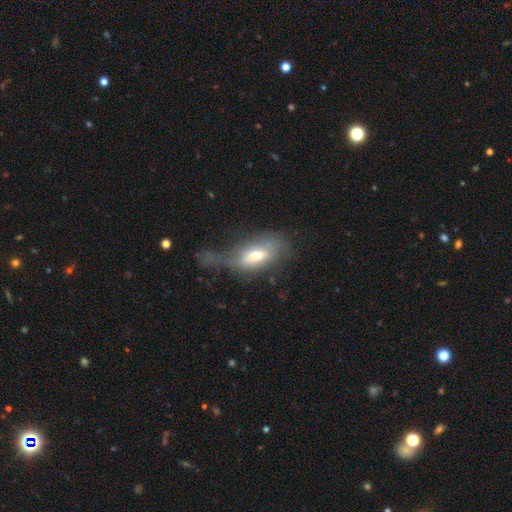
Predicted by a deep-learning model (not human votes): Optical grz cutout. It shows a smooth galaxy with no disk features (53%) that is in between round and cigar-shaped (83%). Merging: major disturbance (41%).